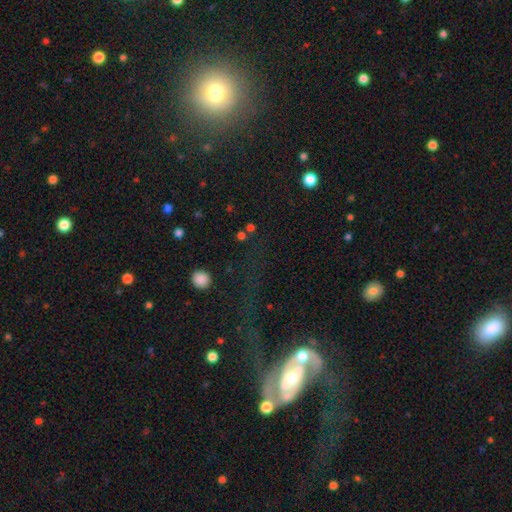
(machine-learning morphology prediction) featured or disk 53%, smooth 24%, star or artifact 23%. Down the decision tree: edge-on disk — no (85%); merging — none (38%).